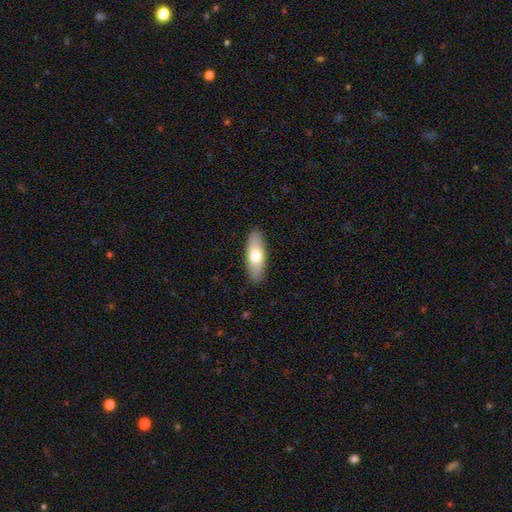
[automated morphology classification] A smooth galaxy with no disk features (69%) that is in between round and cigar-shaped (64%).

Vote fractions:
- Smooth or featured? smooth: 69% / featured or disk: 26% / star or artifact: 5%
- How rounded? in between: 64% / cigar-shaped: 34% / round: 2%
- Merging? none: 89% / minor disturbance: 8% / major disturbance: 2% / merger: 1%